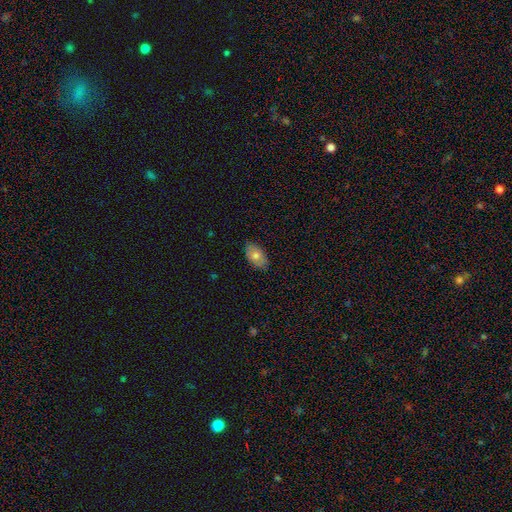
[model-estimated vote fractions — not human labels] Q: Smooth or featured?
A: smooth (73%); runner-up: featured or disk (19%)
Q: How rounded?
A: in between (92%); runner-up: round (6%)
Q: Merging?
A: none (85%); runner-up: minor disturbance (12%)